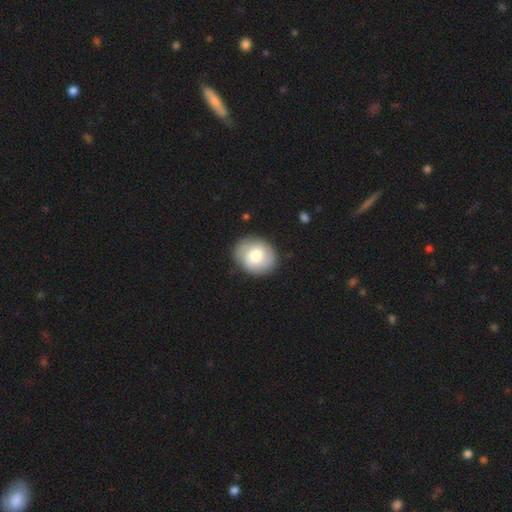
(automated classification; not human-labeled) Smooth or featured?
  - smooth: 61% *
  - featured or disk: 32%
  - star or artifact: 7%
How rounded?
  - round: 70% *
  - in between: 30%
  - cigar-shaped: 1%
Merging?
  - none: 84% *
  - minor disturbance: 11%
  - major disturbance: 3%
  - merger: 1%